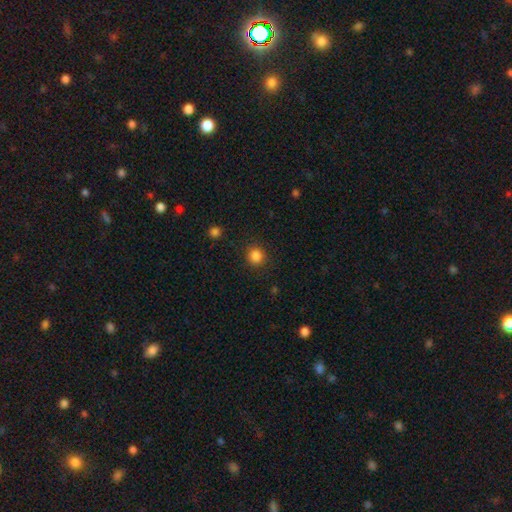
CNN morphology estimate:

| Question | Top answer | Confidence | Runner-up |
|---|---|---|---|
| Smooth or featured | smooth | 85% | star or artifact (12%) |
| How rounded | round | 90% | in between (9%) |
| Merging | none | 89% | minor disturbance (7%) |